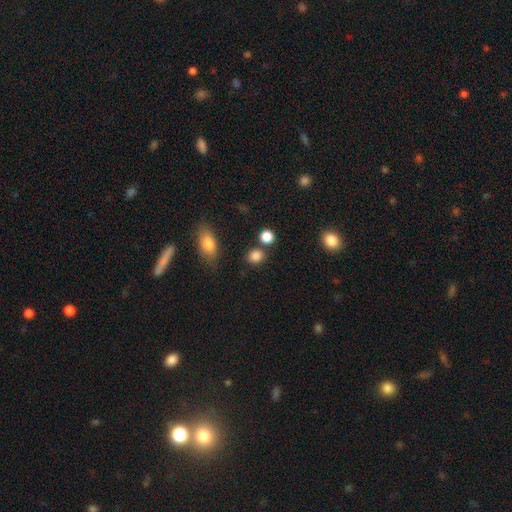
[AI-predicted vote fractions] A smooth galaxy with no disk features (84%) that is round (72%).

Vote fractions:
- Smooth or featured? smooth: 84% / star or artifact: 11% / featured or disk: 4%
- How rounded? round: 72% / in between: 26% / cigar-shaped: 1%
- Merging? none: 77% / minor disturbance: 10% / merger: 10% / major disturbance: 3%